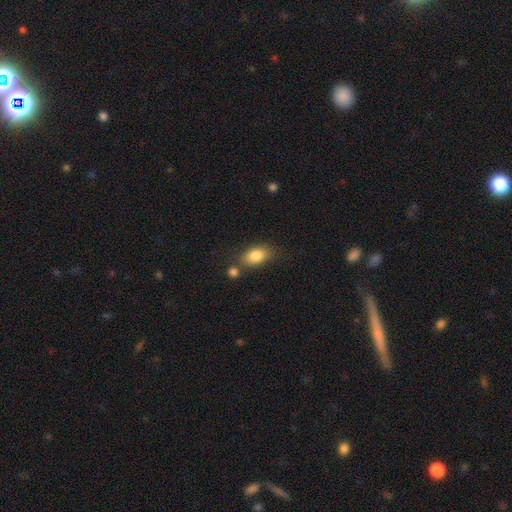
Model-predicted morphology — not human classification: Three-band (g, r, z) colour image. It shows a smooth galaxy with no disk features (84%) that is in between round and cigar-shaped (86%). Merging: none (65%).